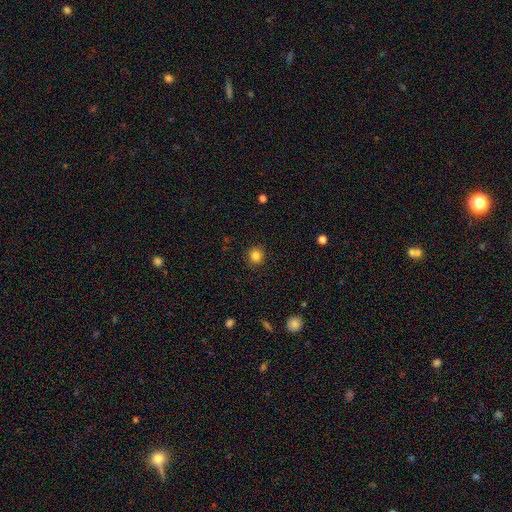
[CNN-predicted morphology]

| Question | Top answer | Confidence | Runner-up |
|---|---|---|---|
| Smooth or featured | smooth | 84% | star or artifact (12%) |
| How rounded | round | 90% | in between (9%) |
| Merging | none | 90% | minor disturbance (7%) |